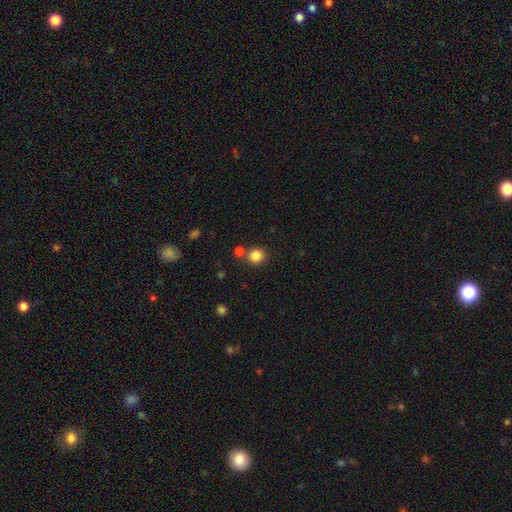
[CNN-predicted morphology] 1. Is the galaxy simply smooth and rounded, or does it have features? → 84% smooth, 11% star or artifact, 4% featured or disk.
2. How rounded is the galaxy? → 90% round, 9% in between, 1% cigar-shaped.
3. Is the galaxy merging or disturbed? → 76% none, 14% merger, 8% minor disturbance, 3% major disturbance.